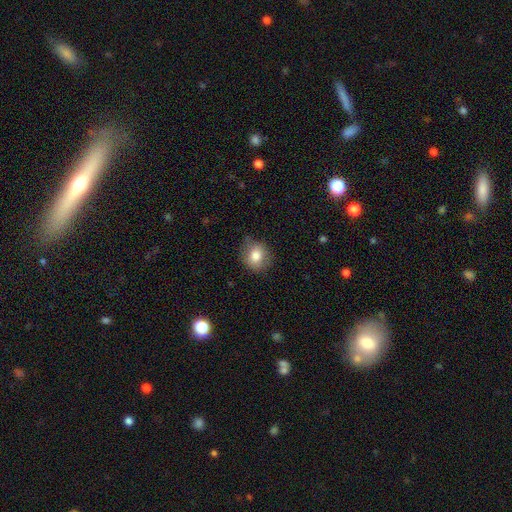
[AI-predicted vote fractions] Smooth or featured? Predicted: smooth (p=0.80). How rounded? Predicted: round (p=0.77). Merging? Predicted: none (p=0.76).